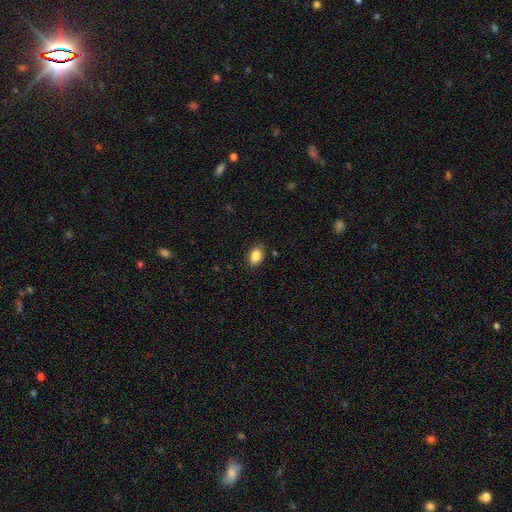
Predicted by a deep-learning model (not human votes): Smooth or featured: smooth — 87% (star or artifact — 8%)
How rounded: in between — 79% (round — 19%)
Merging: none — 85% (minor disturbance — 12%)